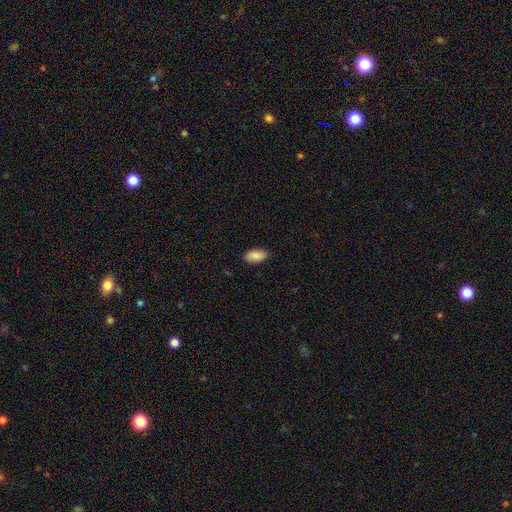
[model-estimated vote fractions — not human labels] Q: Smooth or featured?
A: smooth (88%); runner-up: star or artifact (6%)
Q: How rounded?
A: in between (94%); runner-up: cigar-shaped (3%)
Q: Merging?
A: none (87%); runner-up: minor disturbance (10%)